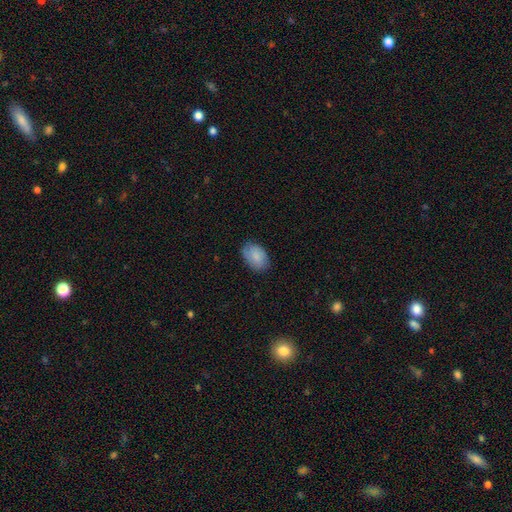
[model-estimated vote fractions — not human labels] smooth-or-featured: smooth: 84% | featured or disk: 10% | star or artifact: 6%
  how-rounded: in between: 88% | round: 11% | cigar-shaped: 1%
  merging: none: 82% | minor disturbance: 15% | major disturbance: 3% | merger: 1%